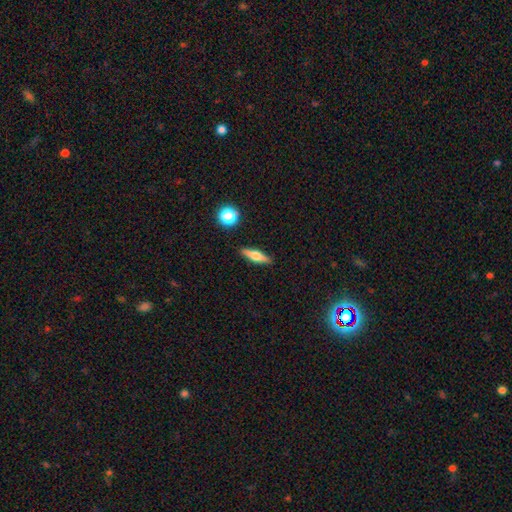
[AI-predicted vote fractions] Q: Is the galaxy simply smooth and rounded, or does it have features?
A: smooth — 47%.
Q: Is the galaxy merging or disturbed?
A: none — 89%.